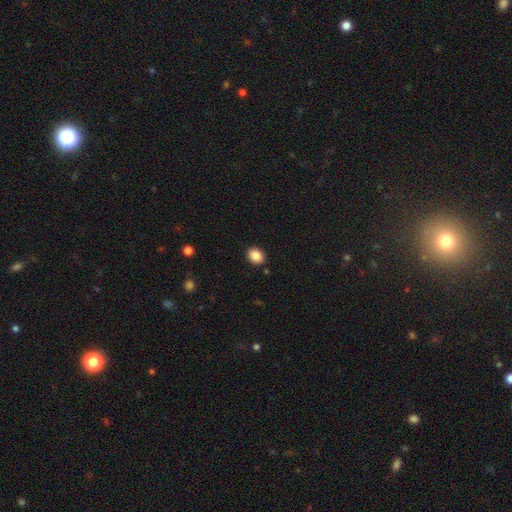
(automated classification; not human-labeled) A smooth galaxy with no disk features (87%) that is in between round and cigar-shaped (52%). Merging: none (89%).